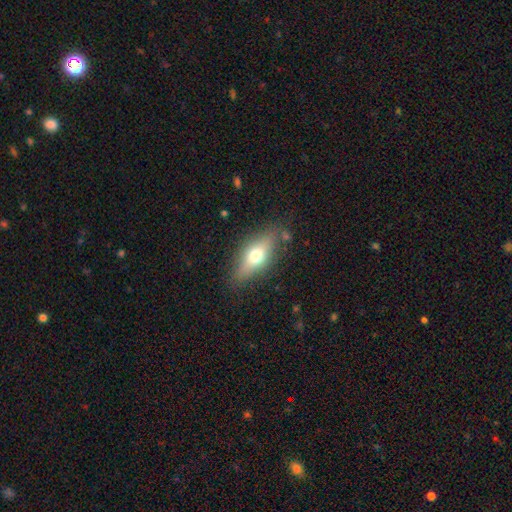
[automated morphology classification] This appears to be a smooth galaxy with no disk features (52%) that is in between round and cigar-shaped (64%). Merging: none (81%).